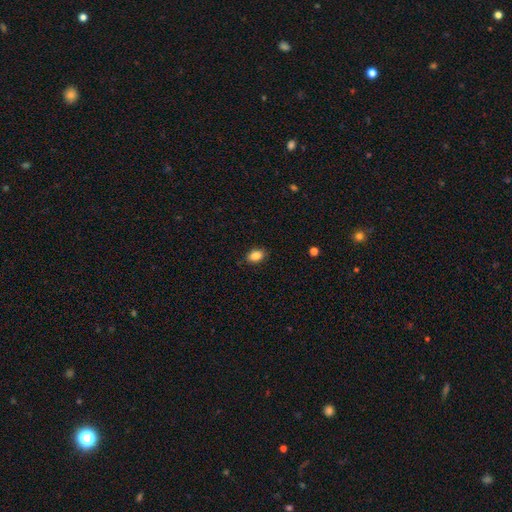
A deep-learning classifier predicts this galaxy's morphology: smooth 86%, star or artifact 9%, featured or disk 5%. Down the decision tree: how rounded — in between (85%); merging — none (86%).